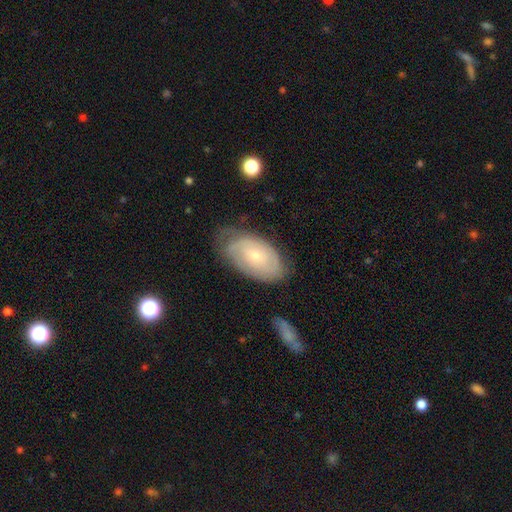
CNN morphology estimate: A featured or disk galaxy (57%) with no bar (78%), spiral arms (73%) and a small central bulge (68%). Merging: none (65%).